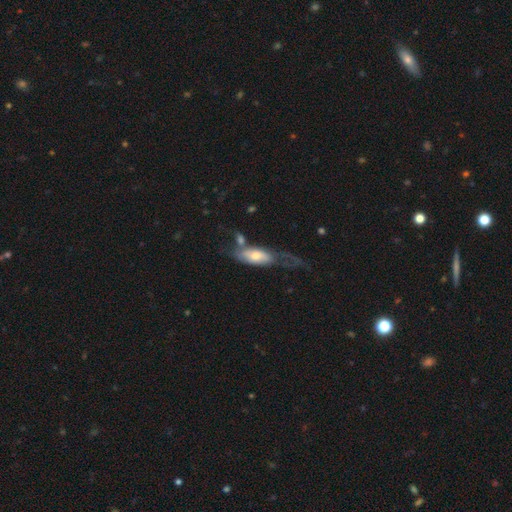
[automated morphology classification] smooth_or_featured: smooth (p=0.56) [alt: featured or disk p=0.38]
how_rounded: in between (p=0.80) [alt: cigar-shaped p=0.17]
merging: major disturbance (p=0.37) [alt: none p=0.24]